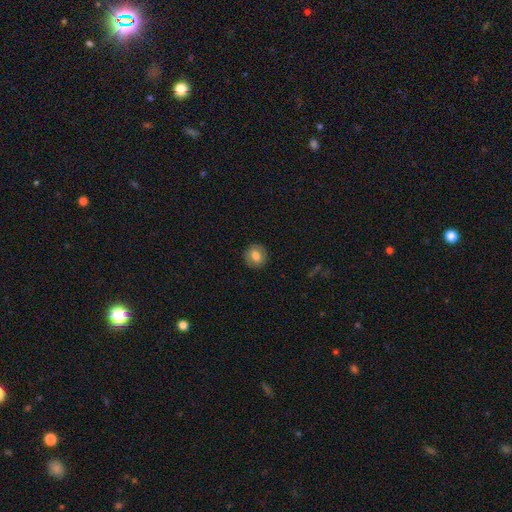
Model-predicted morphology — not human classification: Q: Smooth or featured?
A: smooth (72%); runner-up: featured or disk (19%)
Q: How rounded?
A: round (82%); runner-up: in between (17%)
Q: Merging?
A: none (89%); runner-up: minor disturbance (8%)